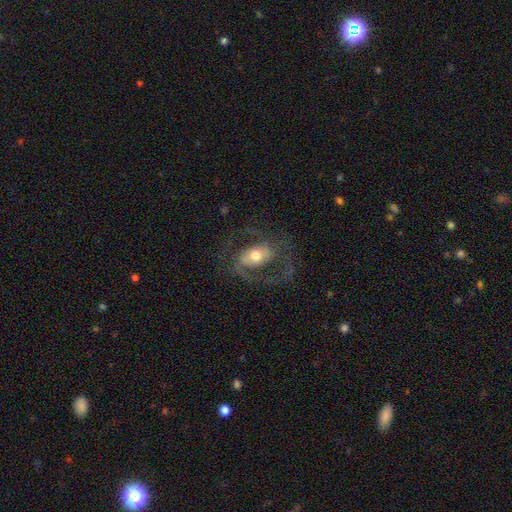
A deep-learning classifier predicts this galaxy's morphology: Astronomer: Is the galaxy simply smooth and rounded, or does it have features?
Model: featured or disk — 70%.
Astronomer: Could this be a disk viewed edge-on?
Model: no — 95%.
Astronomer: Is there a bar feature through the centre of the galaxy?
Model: no — 44% (runner-up: weak, 35%).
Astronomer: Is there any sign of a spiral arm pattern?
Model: yes — 75%.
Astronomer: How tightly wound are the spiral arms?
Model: medium — 52% (runner-up: loose, 29%).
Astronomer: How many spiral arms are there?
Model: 2 — 77%.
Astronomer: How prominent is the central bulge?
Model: moderate — 69%.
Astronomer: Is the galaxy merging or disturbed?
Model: none — 60%.